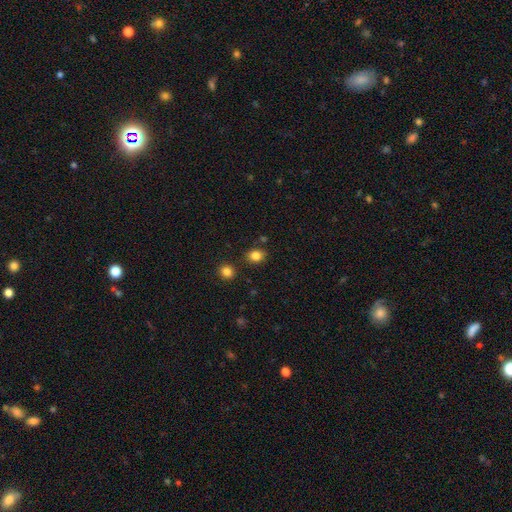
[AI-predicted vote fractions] This is clearly a smooth galaxy (84%). How rounded: possibly round (59%). Merging: clearly none (82%).